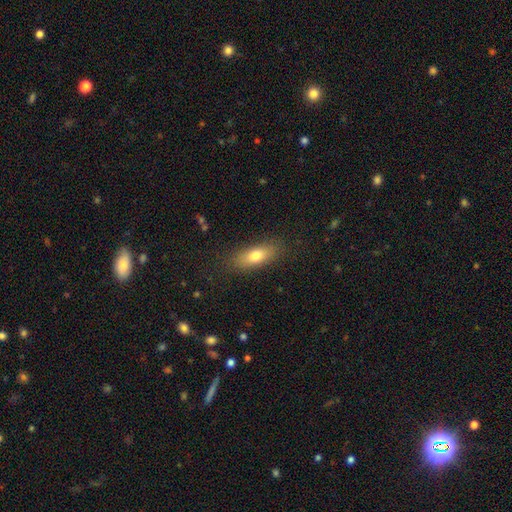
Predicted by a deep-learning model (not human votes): A smooth galaxy with no disk features (75%) that is in between round and cigar-shaped (70%). Merging: none (83%).